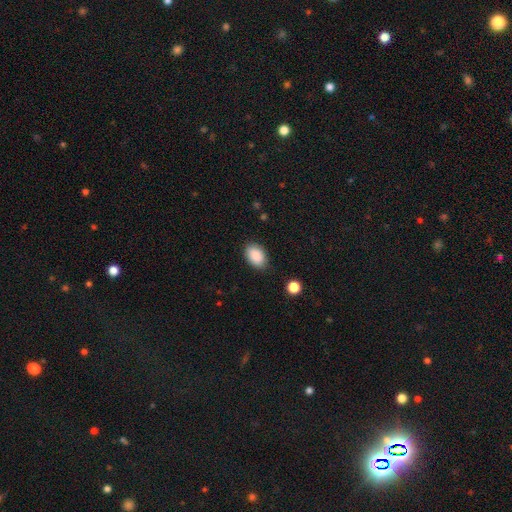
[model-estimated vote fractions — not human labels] Morphology: type=smooth (89%); roundness=in between (88%); merging=none (84%).